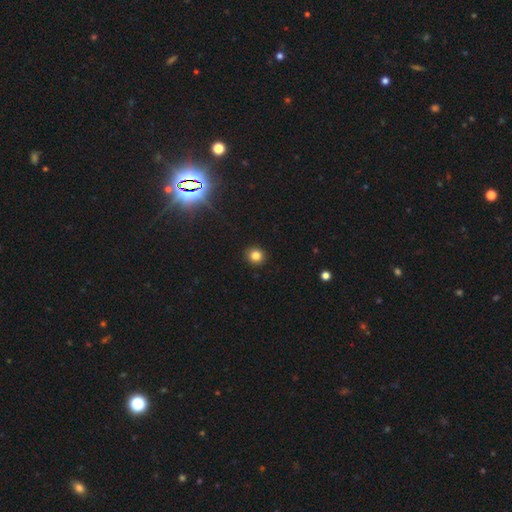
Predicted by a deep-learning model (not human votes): smooth_or_featured: smooth (p=0.81) [alt: star or artifact p=0.14]
how_rounded: round (p=0.91) [alt: in between p=0.08]
merging: none (p=0.92) [alt: minor disturbance p=0.05]